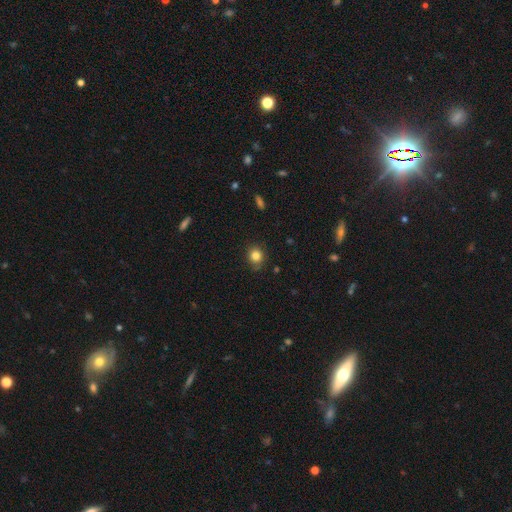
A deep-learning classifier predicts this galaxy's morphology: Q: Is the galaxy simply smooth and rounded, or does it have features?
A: smooth — 82%.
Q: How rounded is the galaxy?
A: round — 83%.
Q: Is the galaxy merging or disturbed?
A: none — 81%.